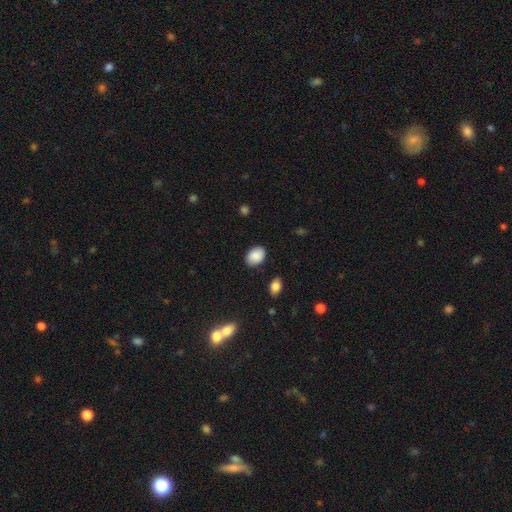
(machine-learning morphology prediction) Overall: smooth (88%). How rounded: in between (72%). Merging: none (83%).